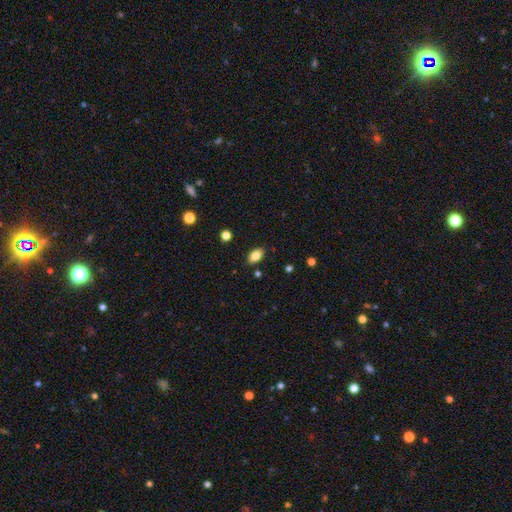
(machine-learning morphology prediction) type=smooth (84%); roundness=in between (90%); merging=none (86%).